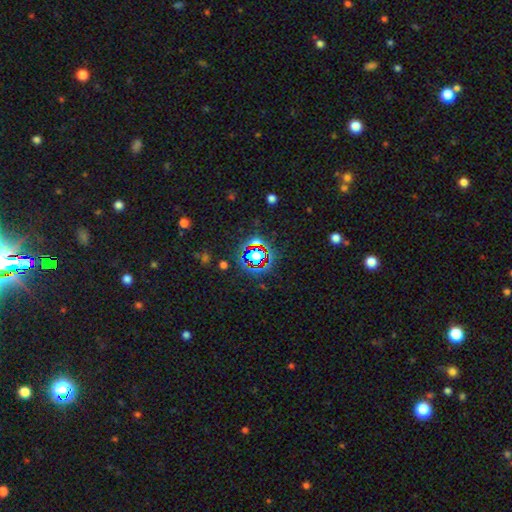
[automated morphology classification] Smooth or featured: star or artifact — 68% (smooth — 21%)